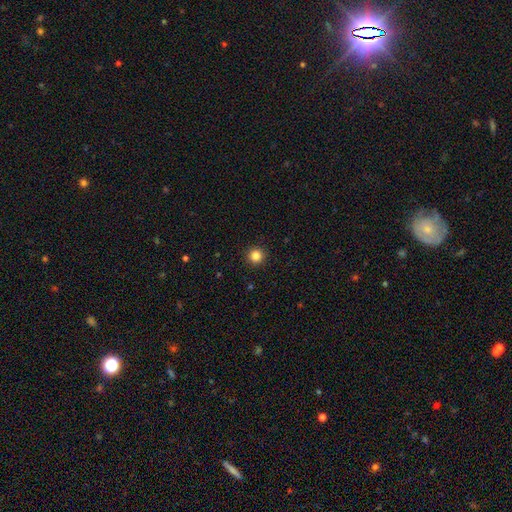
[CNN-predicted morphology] This is clearly a smooth galaxy (84%). How rounded: clearly round (96%). Merging: clearly none (93%).